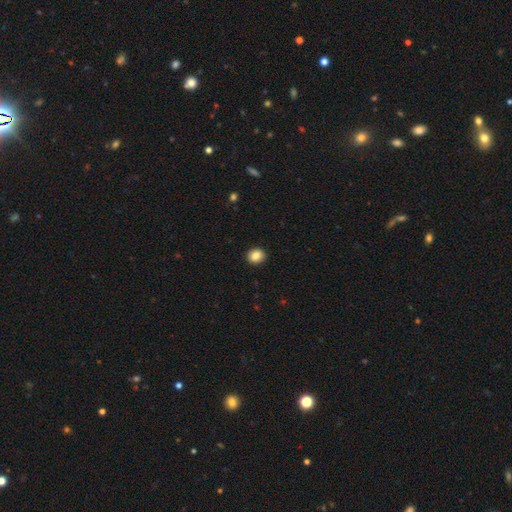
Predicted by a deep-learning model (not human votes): A smooth galaxy with no disk features (86%) that is round (74%).

Vote fractions:
- Smooth or featured? smooth: 86% / star or artifact: 9% / featured or disk: 5%
- How rounded? round: 74% / in between: 25% / cigar-shaped: 1%
- Merging? none: 92% / minor disturbance: 5% / major disturbance: 2% / merger: 1%